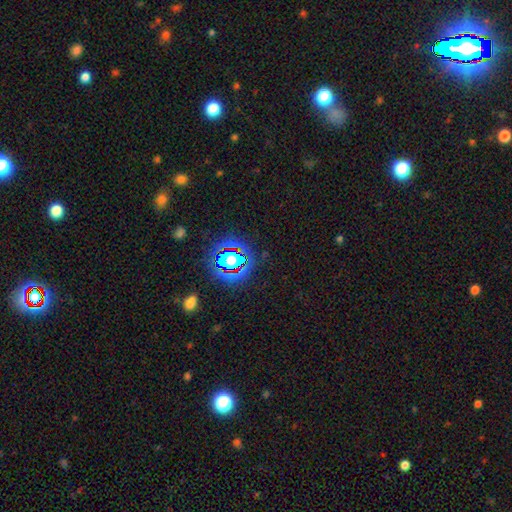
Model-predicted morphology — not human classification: A star or artifact, not a galaxy (79%).

Vote fractions:
- Smooth or featured? star or artifact: 79% / smooth: 13% / featured or disk: 8%